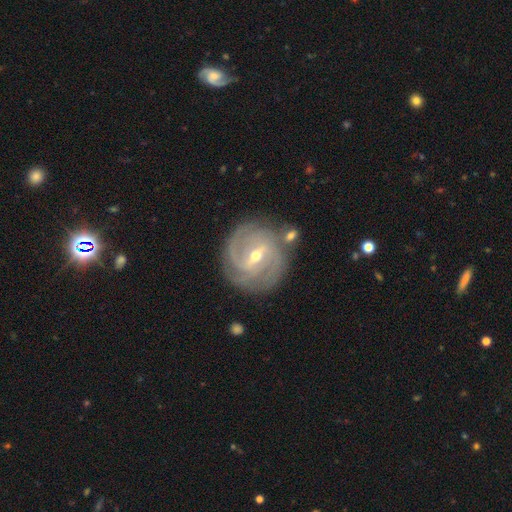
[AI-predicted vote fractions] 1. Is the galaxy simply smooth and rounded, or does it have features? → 89% featured or disk, 6% smooth, 5% star or artifact.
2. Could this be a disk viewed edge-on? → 97% no, 3% yes.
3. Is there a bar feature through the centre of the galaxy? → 48% weak, 38% strong, 13% no.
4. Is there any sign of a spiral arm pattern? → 97% yes, 3% no.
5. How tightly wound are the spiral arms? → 58% tight, 35% medium, 7% loose.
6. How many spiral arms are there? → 34% 3, 31% 2, 14% can't tell, 13% 4, 4% more than 4, 4% 1.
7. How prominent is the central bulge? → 53% small, 44% moderate, 1% large, 1% none, 1% dominant.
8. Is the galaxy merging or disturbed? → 80% none, 13% minor disturbance, 4% major disturbance, 4% merger.